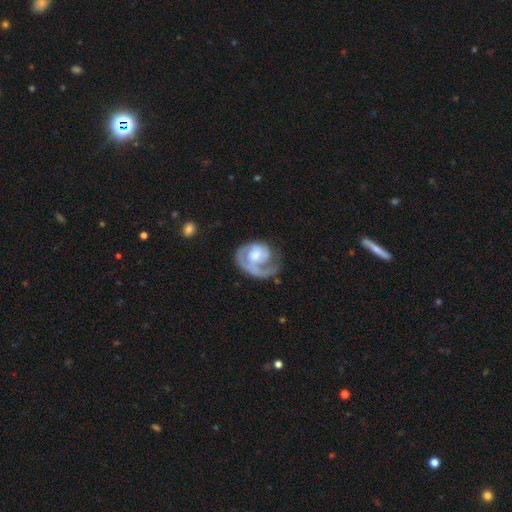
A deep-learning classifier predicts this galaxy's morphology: A featured or disk galaxy (77%) with no bar (70%), 1 (74%) tight (52%) spiral arms (89%) and a moderate central bulge (44%). Merging: none (44%).